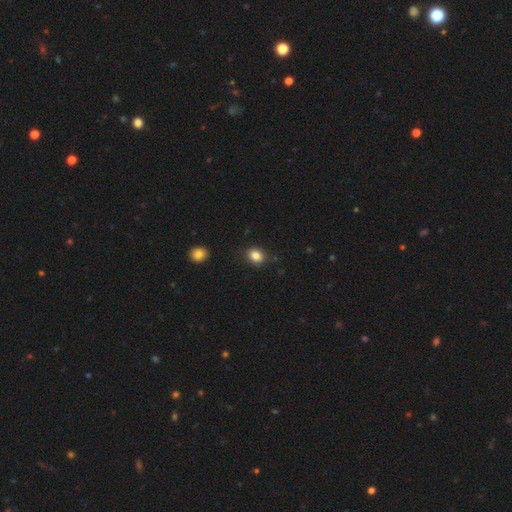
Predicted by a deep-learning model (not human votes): Morphology: type=smooth (85%); roundness=in between (50%); merging=none (84%).